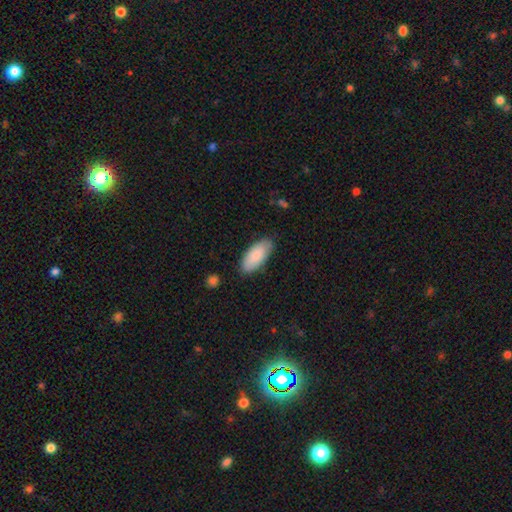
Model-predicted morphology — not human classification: Overall: smooth (85%). How rounded: in between (89%). Merging: none (81%).